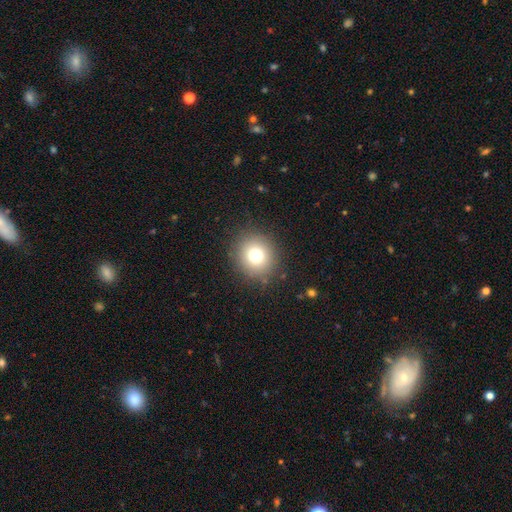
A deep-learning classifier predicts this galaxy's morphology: The model was most divided on "smooth or featured": smooth: 75%, star or artifact: 14%, featured or disk: 11%. More confident: how rounded — round (89%); merging — none (89%).